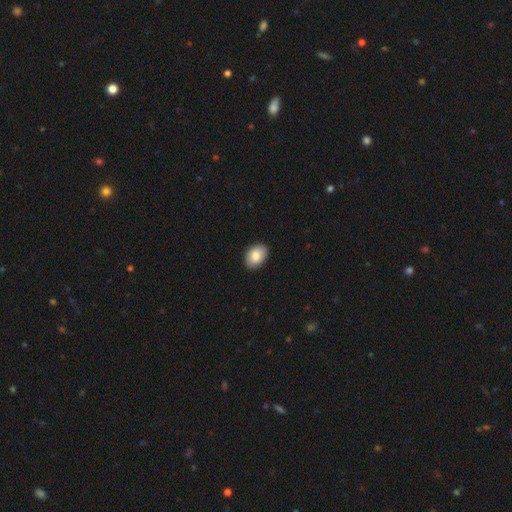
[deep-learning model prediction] The model was most divided on "how rounded": in between: 84%, round: 15%, cigar-shaped: 1%. More confident: merging — none (89%); smooth or featured — smooth (87%).